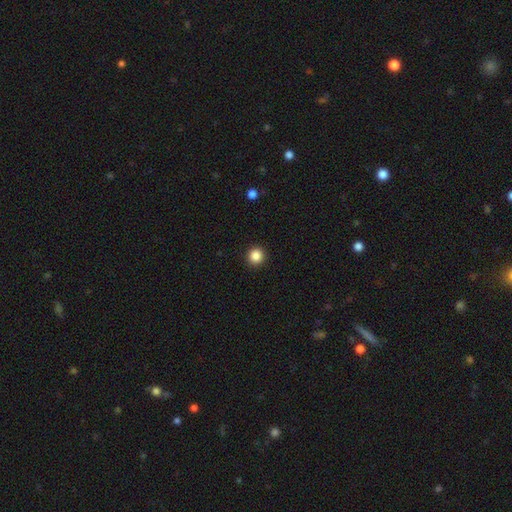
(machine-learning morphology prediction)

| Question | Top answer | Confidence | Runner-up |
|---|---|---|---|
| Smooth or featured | smooth | 87% | star or artifact (10%) |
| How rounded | round | 94% | in between (5%) |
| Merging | none | 93% | minor disturbance (4%) |